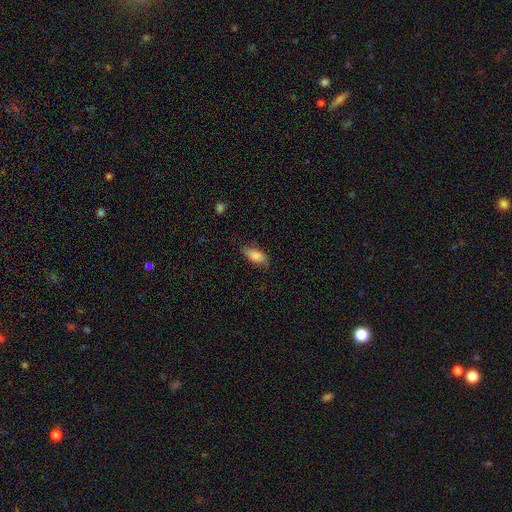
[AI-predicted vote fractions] Overall: smooth (85%). How rounded: in between (88%). Merging: none (74%).